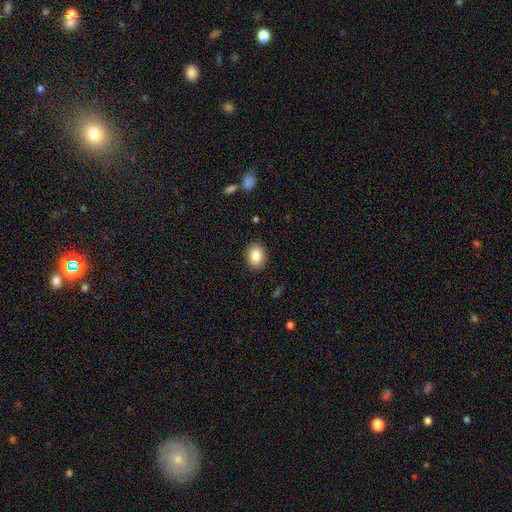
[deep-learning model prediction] This appears to be a smooth galaxy with no disk features (84%) that is in between round and cigar-shaped (61%). Merging: none (89%).